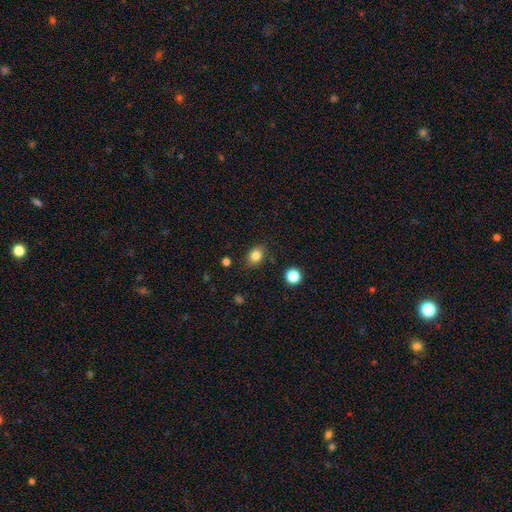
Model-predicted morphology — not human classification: Overall: smooth (83%). How rounded: in between (67%; round 32%). Merging: none (83%).